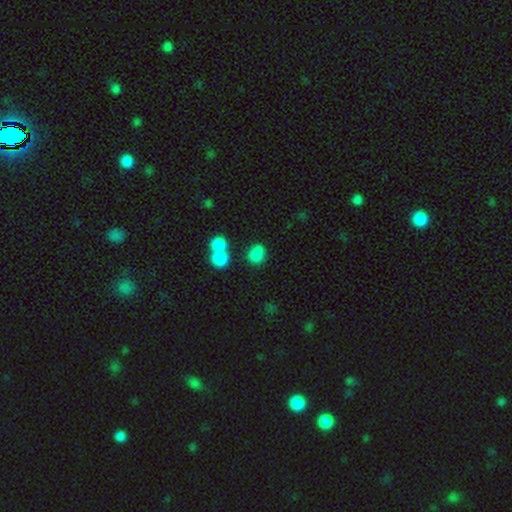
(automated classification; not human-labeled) This is clearly a smooth galaxy (81%). How rounded: possibly round (53%). Merging: possibly none (58%).